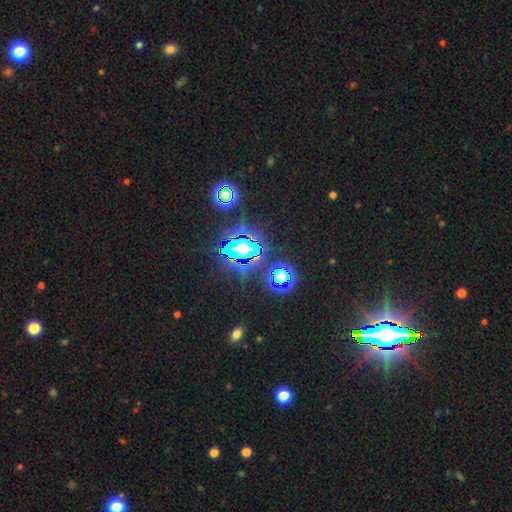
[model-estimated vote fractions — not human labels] Smooth or featured? star or artifact (76%)